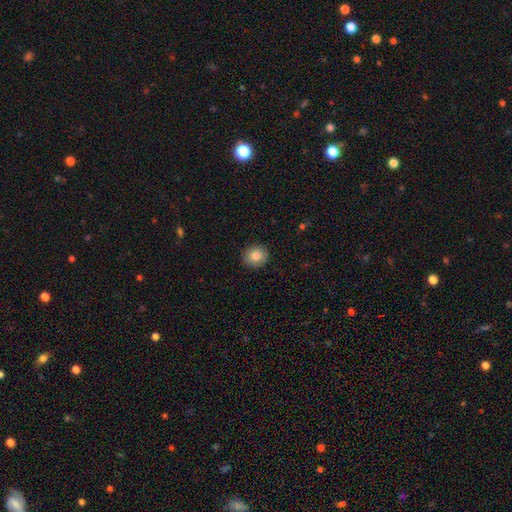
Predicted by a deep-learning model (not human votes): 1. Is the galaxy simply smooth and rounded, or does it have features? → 81% smooth, 10% featured or disk, 9% star or artifact.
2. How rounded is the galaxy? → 81% round, 18% in between, 1% cigar-shaped.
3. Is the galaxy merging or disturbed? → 91% none, 7% minor disturbance, 2% major disturbance, 1% merger.